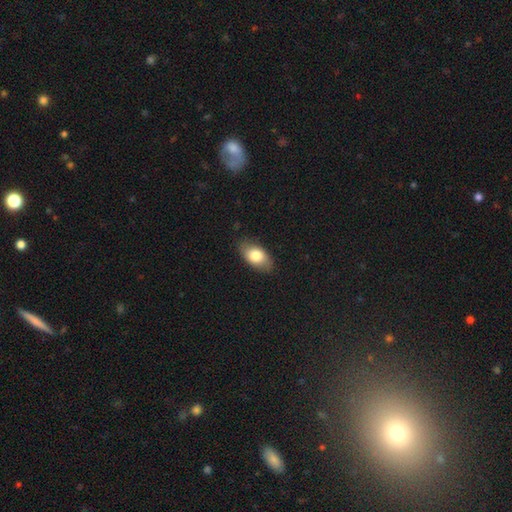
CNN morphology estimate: Smooth or featured?
  - smooth: 78% *
  - featured or disk: 15%
  - star or artifact: 7%
How rounded?
  - in between: 92% *
  - round: 6%
  - cigar-shaped: 3%
Merging?
  - none: 81% *
  - minor disturbance: 15%
  - major disturbance: 3%
  - merger: 1%